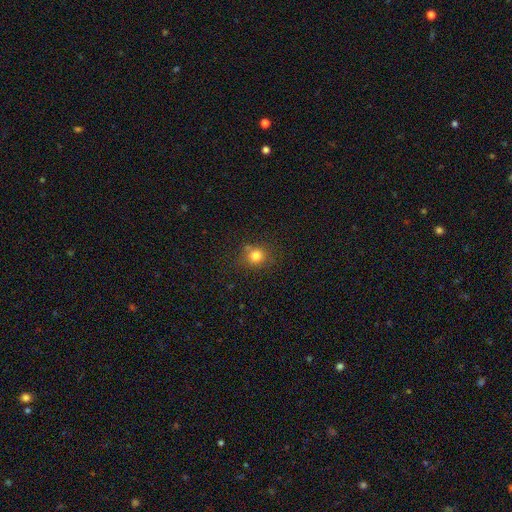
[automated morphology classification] This is likely a smooth galaxy (79%). How rounded: clearly round (84%). Merging: likely none (76%).